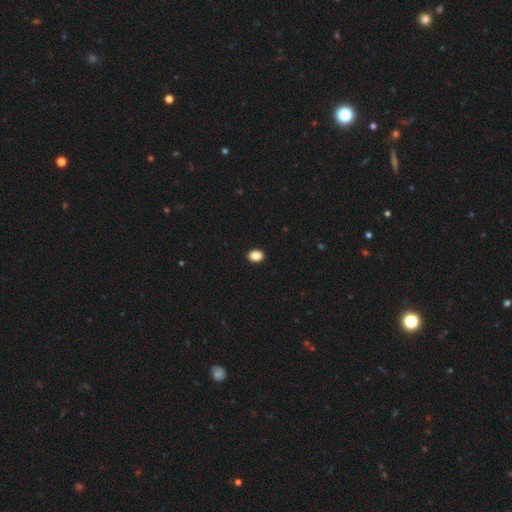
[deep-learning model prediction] Q: Smooth or featured?
A: smooth (88%); runner-up: star or artifact (9%)
Q: How rounded?
A: in between (65%); runner-up: round (34%)
Q: Merging?
A: none (92%); runner-up: minor disturbance (5%)